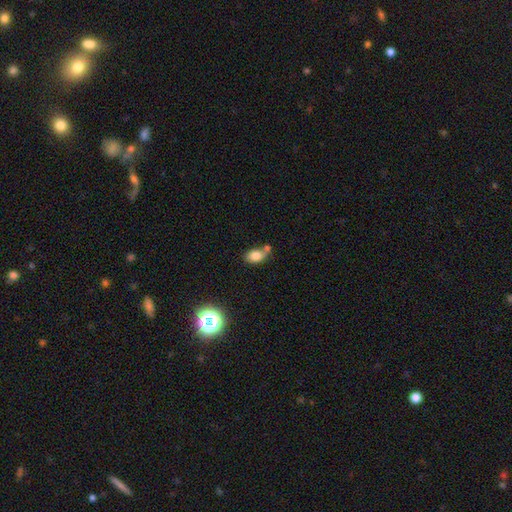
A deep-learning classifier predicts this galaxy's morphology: smooth_or_featured: smooth (p=0.79) [alt: star or artifact p=0.11]
how_rounded: in between (p=0.83) [alt: round p=0.15]
merging: none (p=0.48) [alt: merger p=0.28]